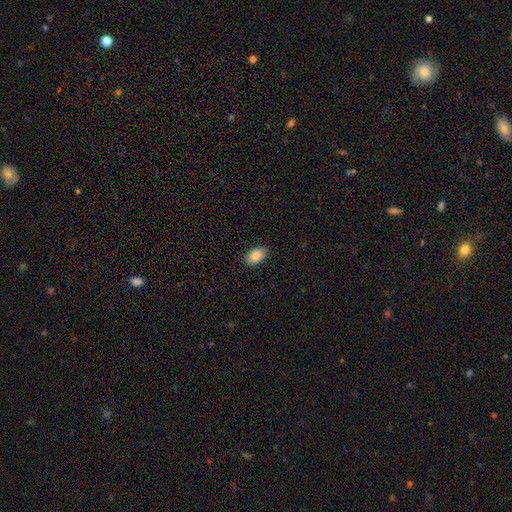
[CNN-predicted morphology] A smooth galaxy with no disk features (88%) that is in between round and cigar-shaped (92%).

Vote fractions:
- Smooth or featured? smooth: 88% / star or artifact: 7% / featured or disk: 5%
- How rounded? in between: 92% / round: 6% / cigar-shaped: 1%
- Merging? none: 87% / minor disturbance: 10% / major disturbance: 2% / merger: 1%